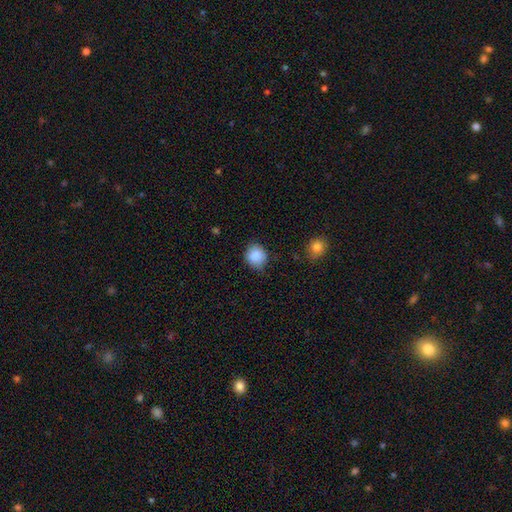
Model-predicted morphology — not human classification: This is clearly a smooth galaxy (87%). How rounded: likely round (77%). Merging: likely none (75%).